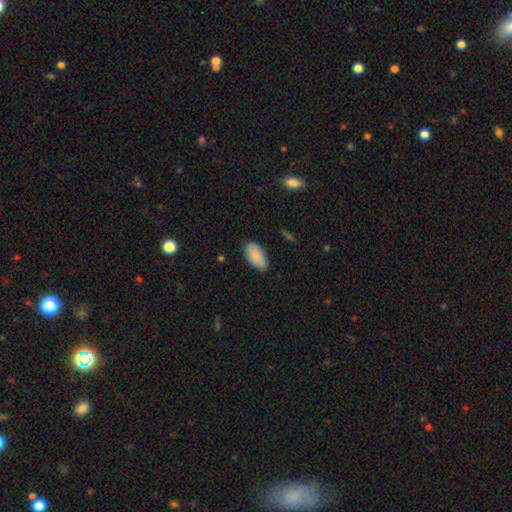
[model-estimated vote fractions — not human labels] A smooth galaxy with no disk features (85%) that is in between round and cigar-shaped (95%). Merging: none (80%).